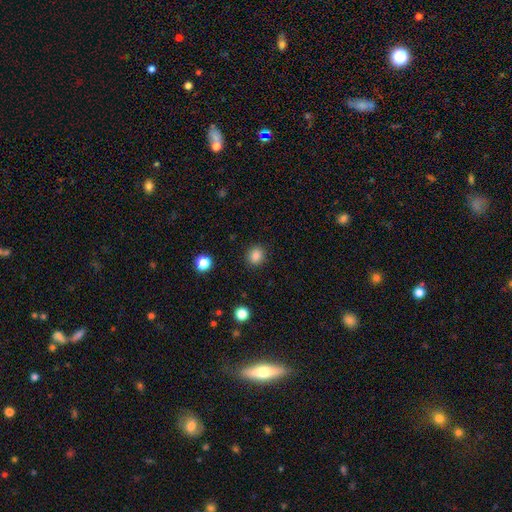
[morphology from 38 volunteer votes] Volunteers were most divided on "how rounded": round: 76%, in between: 24%, cigar-shaped: 0%. More confident: merging — none (94%); smooth or featured — smooth (87%).